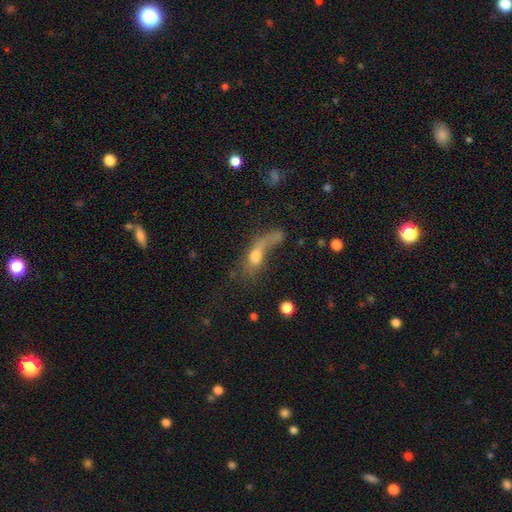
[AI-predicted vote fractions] Q: Smooth or featured?
A: smooth (56%); runner-up: featured or disk (30%)
Q: How rounded?
A: in between (51%); runner-up: cigar-shaped (32%)
Q: Merging?
A: major disturbance (49%); runner-up: none (21%)